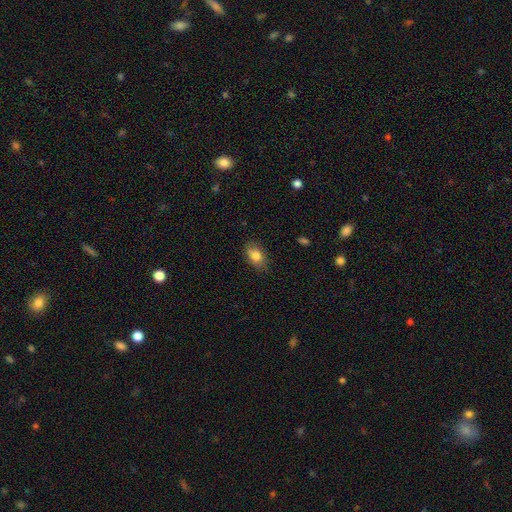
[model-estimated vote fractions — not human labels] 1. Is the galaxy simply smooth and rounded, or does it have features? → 80% smooth, 12% featured or disk, 8% star or artifact.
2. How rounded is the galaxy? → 83% in between, 15% round, 2% cigar-shaped.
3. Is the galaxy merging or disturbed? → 79% none, 17% minor disturbance, 3% major disturbance, 1% merger.